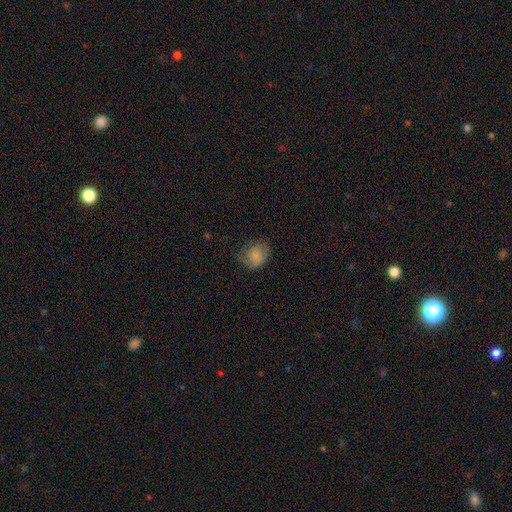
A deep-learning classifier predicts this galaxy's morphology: smooth_or_featured: smooth (p=0.77) [alt: featured or disk p=0.14]
how_rounded: round (p=0.61) [alt: in between p=0.38]
merging: none (p=0.57) [alt: minor disturbance p=0.29]